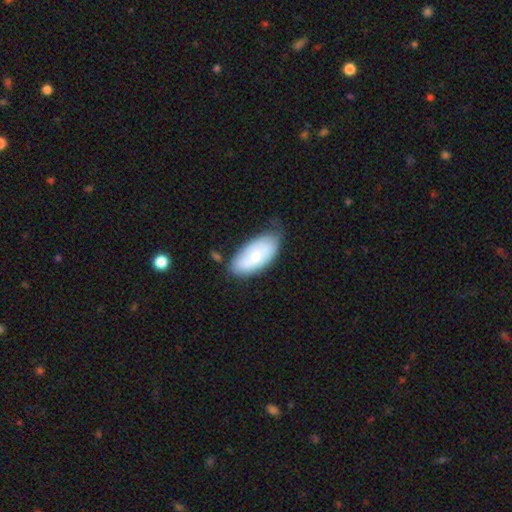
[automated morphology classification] Smooth or featured: smooth — 64% (featured or disk — 30%)
How rounded: in between — 93% (cigar-shaped — 5%)
Merging: none — 59% (minor disturbance — 30%)